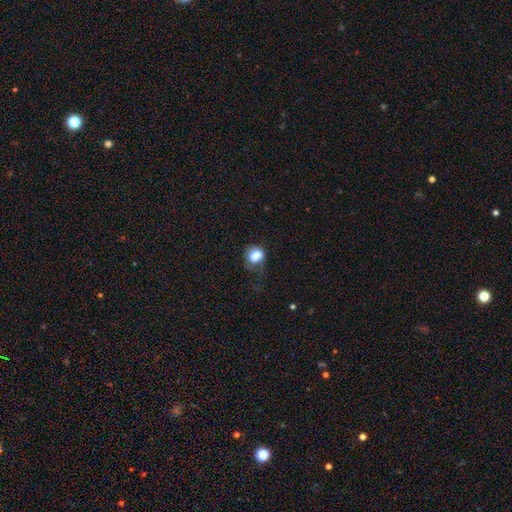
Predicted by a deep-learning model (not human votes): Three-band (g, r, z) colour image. It shows a smooth galaxy with no disk features (82%) that is round (60%). Merging: none (42%).